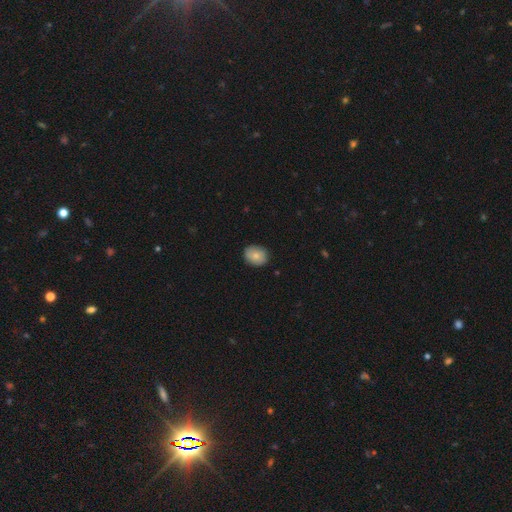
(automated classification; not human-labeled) smooth_or_featured: smooth (p=0.81) [alt: featured or disk p=0.11]
how_rounded: round (p=0.50) [alt: in between p=0.49]
merging: none (p=0.85) [alt: minor disturbance p=0.12]